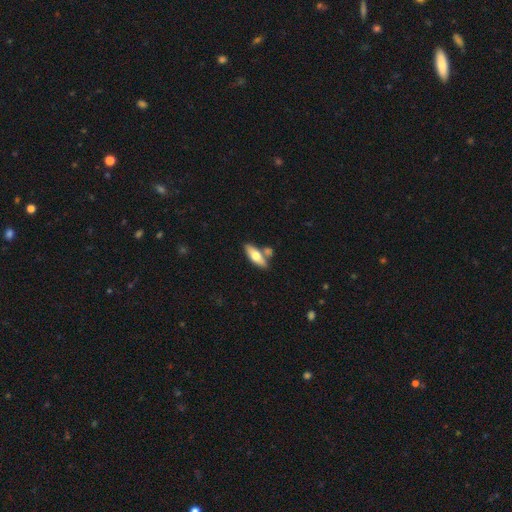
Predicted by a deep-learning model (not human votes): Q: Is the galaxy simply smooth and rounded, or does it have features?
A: smooth — 60%.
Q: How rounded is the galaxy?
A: in between — 65%.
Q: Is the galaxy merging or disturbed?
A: none — 66%.